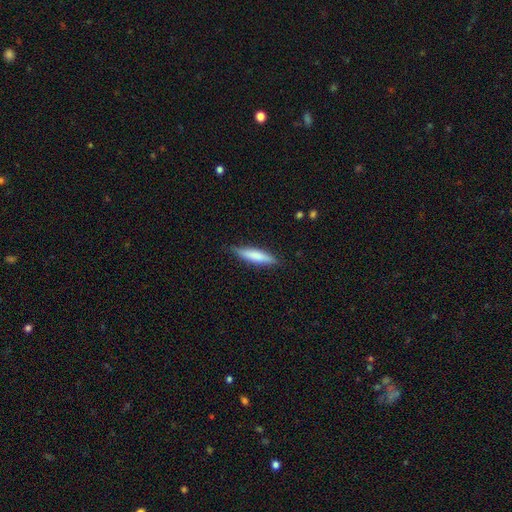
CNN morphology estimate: smooth 76%, featured or disk 19%, star or artifact 5%. Down the decision tree: how rounded — cigar-shaped (81%); merging — none (84%).